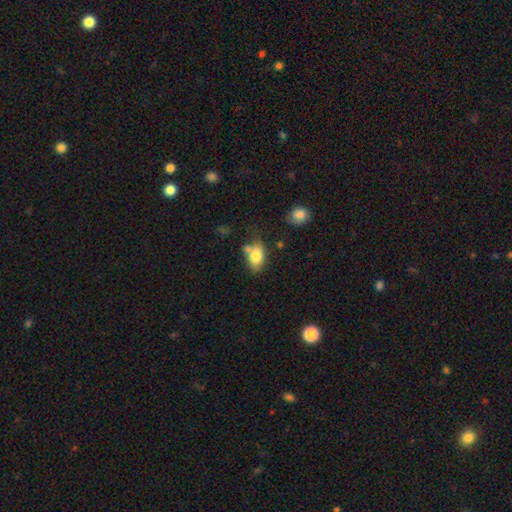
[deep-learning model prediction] A smooth galaxy with no disk features (80%) that is in between round and cigar-shaped (86%). Merging: none (55%).